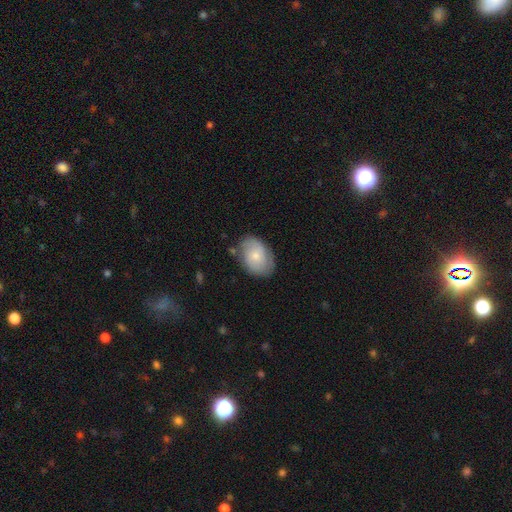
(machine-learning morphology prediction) Smooth or featured?
  - smooth: 63% *
  - featured or disk: 30%
  - star or artifact: 6%
How rounded?
  - in between: 82% *
  - round: 17%
  - cigar-shaped: 1%
Merging?
  - none: 73% *
  - minor disturbance: 19%
  - major disturbance: 5%
  - merger: 3%